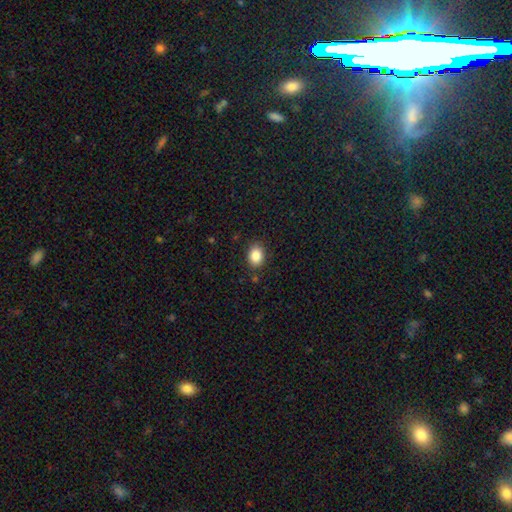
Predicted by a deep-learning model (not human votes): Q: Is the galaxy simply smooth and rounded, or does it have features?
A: smooth — 86%.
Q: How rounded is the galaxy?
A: in between — 66%.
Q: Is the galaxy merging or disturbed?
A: none — 85%.